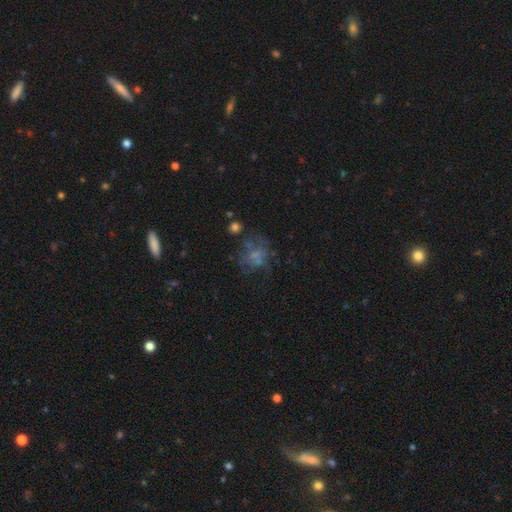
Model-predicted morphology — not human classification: This appears to be a featured or disk galaxy (44%). Merging: none (45%).